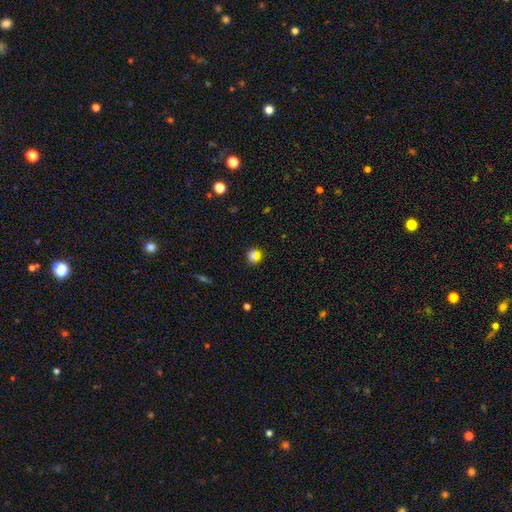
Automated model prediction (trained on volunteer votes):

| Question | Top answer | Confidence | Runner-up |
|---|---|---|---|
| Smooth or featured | smooth | 72% | star or artifact (17%) |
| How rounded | round | 83% | in between (16%) |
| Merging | none | 80% | minor disturbance (11%) |